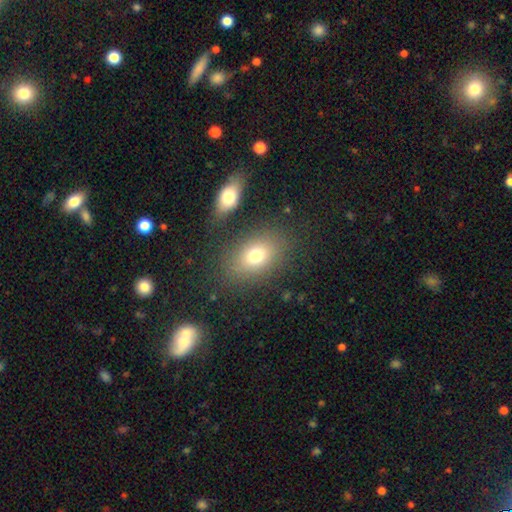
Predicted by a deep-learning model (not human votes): Smooth or featured?
  - smooth: 74% *
  - featured or disk: 14%
  - star or artifact: 12%
How rounded?
  - in between: 76% *
  - round: 23%
  - cigar-shaped: 2%
Merging?
  - none: 77% *
  - minor disturbance: 12%
  - merger: 6%
  - major disturbance: 5%